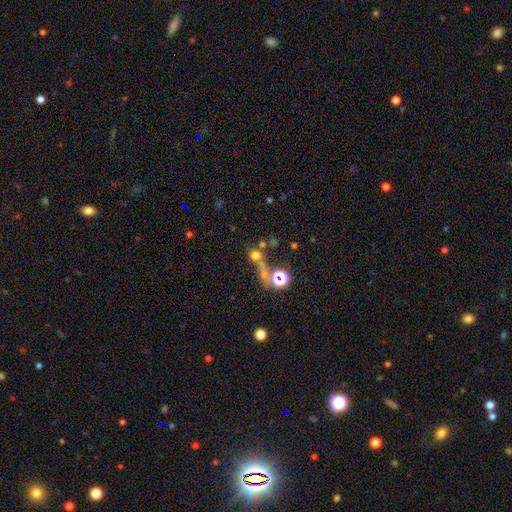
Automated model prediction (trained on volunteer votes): smooth 53%, star or artifact 32%, featured or disk 14%. Down the decision tree: how rounded — round (84%); merging — none (47%).